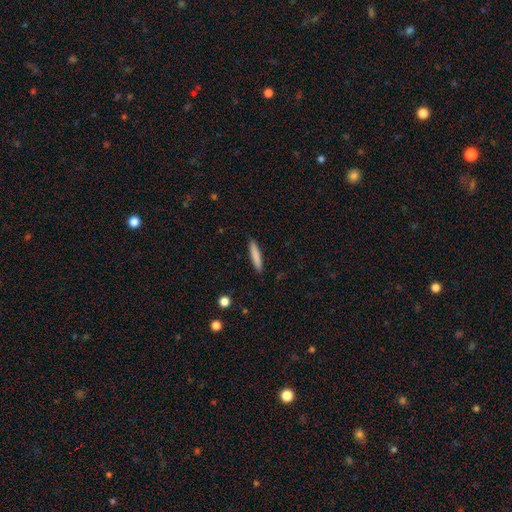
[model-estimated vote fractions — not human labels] A smooth galaxy with no disk features (83%) that is cigar-shaped (91%).

Vote fractions:
- Smooth or featured? smooth: 83% / featured or disk: 11% / star or artifact: 6%
- How rounded? cigar-shaped: 91% / in between: 8% / round: 1%
- Merging? none: 90% / minor disturbance: 7% / major disturbance: 2% / merger: 1%